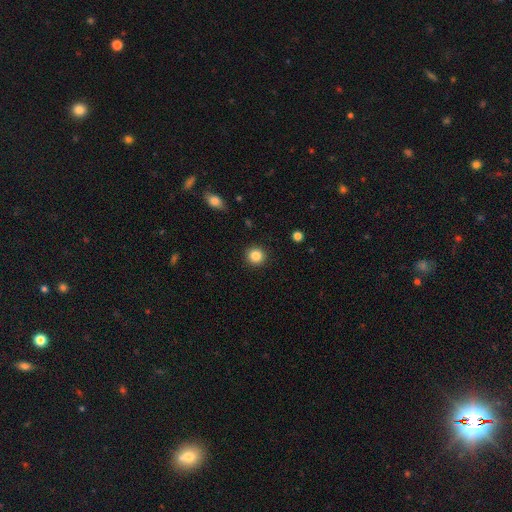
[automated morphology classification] Overall: smooth (85%). How rounded: round (94%). Merging: none (92%).